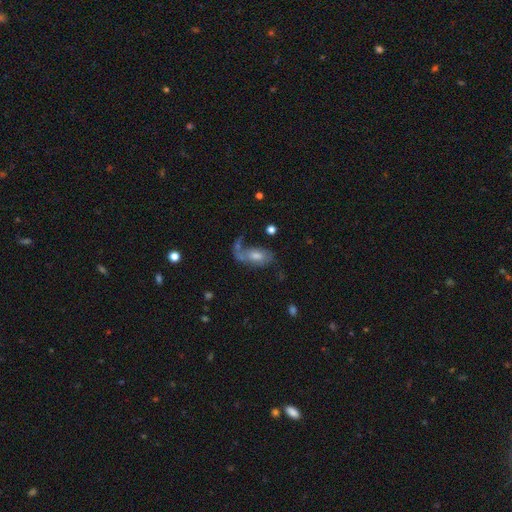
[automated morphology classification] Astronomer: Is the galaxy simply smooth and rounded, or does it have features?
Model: featured or disk — 59%.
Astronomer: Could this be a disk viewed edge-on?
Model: no — 93%.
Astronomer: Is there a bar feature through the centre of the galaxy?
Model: no — 68%.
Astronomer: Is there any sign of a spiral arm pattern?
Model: yes — 74%.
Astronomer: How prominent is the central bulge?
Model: moderate — 55%.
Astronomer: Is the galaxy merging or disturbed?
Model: none — 35% (runner-up: major disturbance, 32%).